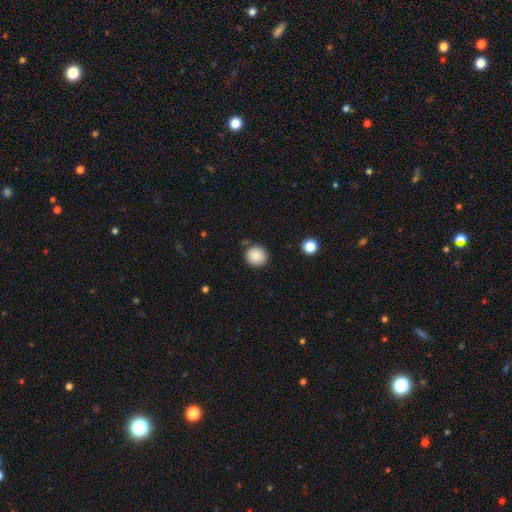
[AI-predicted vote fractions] Smooth or featured? smooth (87%)
How rounded? round (92%)
Merging? none (85%)